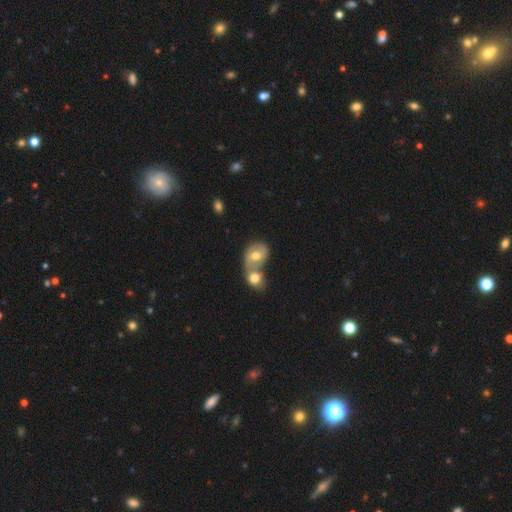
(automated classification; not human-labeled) Smooth or featured?
  - smooth: 57% *
  - featured or disk: 35%
  - star or artifact: 8%
How rounded?
  - in between: 55% *
  - round: 44%
  - cigar-shaped: 1%
Merging?
  - merger: 70% *
  - none: 19%
  - minor disturbance: 7%
  - major disturbance: 4%